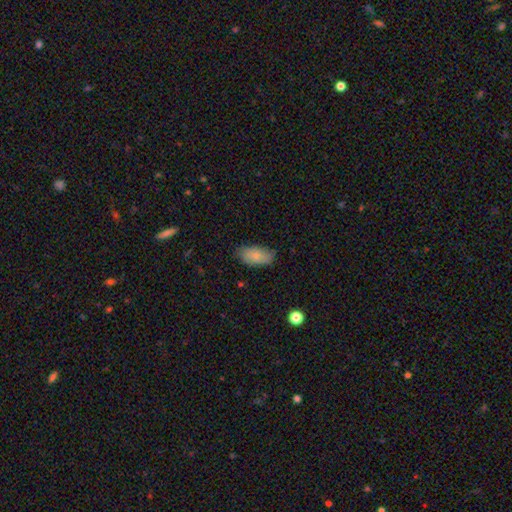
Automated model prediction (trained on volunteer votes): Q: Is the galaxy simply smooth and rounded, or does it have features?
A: smooth — 82%.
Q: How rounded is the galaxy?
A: in between — 93%.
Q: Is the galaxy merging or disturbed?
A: none — 78%.